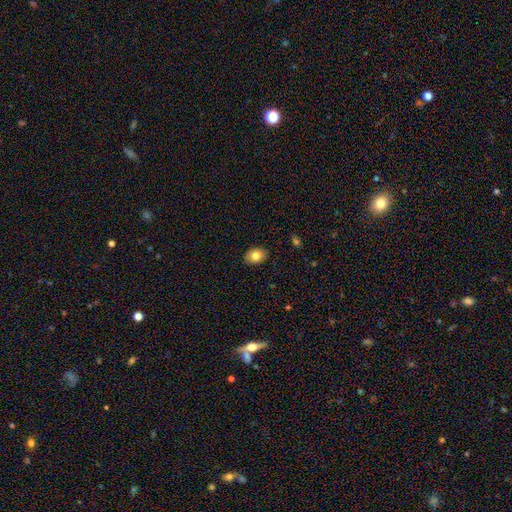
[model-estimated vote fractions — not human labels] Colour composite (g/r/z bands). It shows a smooth galaxy with no disk features (81%) that is in between round and cigar-shaped (74%). Merging: none (89%).